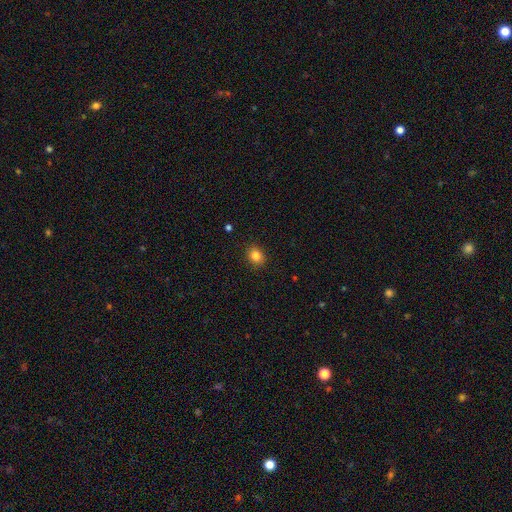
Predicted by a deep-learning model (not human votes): Smooth or featured: smooth — 84% (star or artifact — 11%)
How rounded: round — 64% (in between — 35%)
Merging: none — 90% (minor disturbance — 7%)